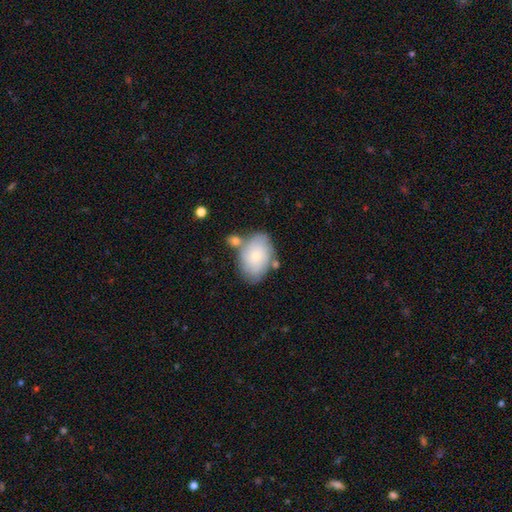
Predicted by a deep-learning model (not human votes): smooth-or-featured: smooth: 62% | featured or disk: 32% | star or artifact: 6%
  how-rounded: in between: 82% | round: 16% | cigar-shaped: 1%
  merging: none: 58% | minor disturbance: 21% | merger: 15% | major disturbance: 6%